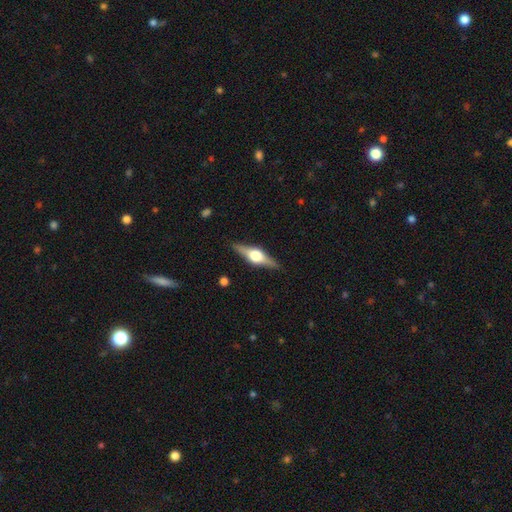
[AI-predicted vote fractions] Smooth or featured? featured or disk (75%)
Edge-on disk? yes (97%)
Edge-on bulge? rounded (94%)
Merging? none (89%)